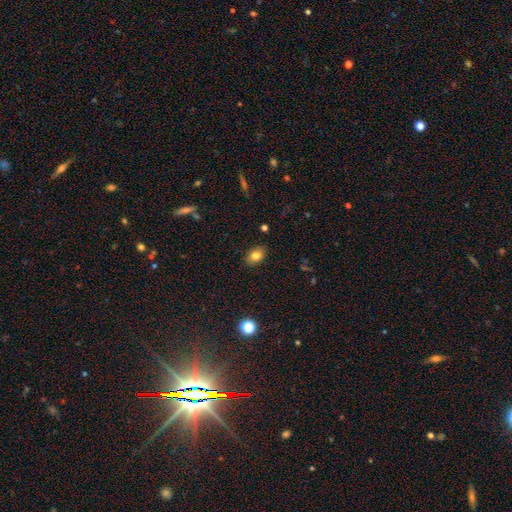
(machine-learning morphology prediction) smooth 79%, featured or disk 11%, star or artifact 10%. Down the decision tree: how rounded — in between (80%); merging — none (87%).